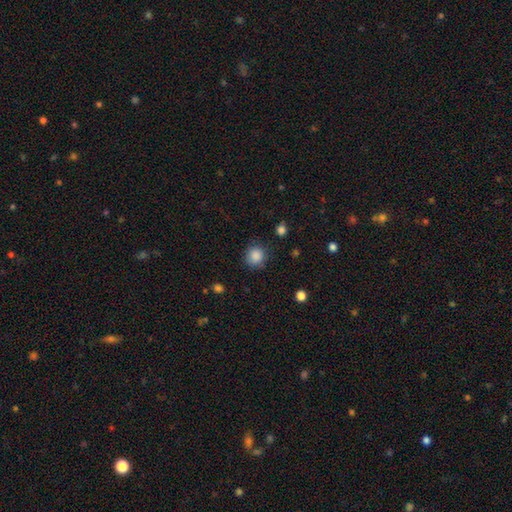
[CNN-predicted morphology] smooth 87%, star or artifact 10%, featured or disk 4%. Down the decision tree: how rounded — round (87%); merging — none (83%).